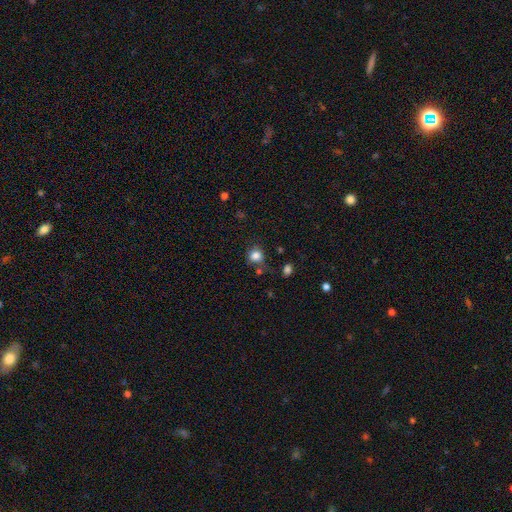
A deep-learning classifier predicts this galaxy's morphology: Smooth or featured?
  - smooth: 83% *
  - star or artifact: 12%
  - featured or disk: 5%
How rounded?
  - round: 80% *
  - in between: 19%
  - cigar-shaped: 1%
Merging?
  - none: 72% *
  - minor disturbance: 17%
  - merger: 6%
  - major disturbance: 5%